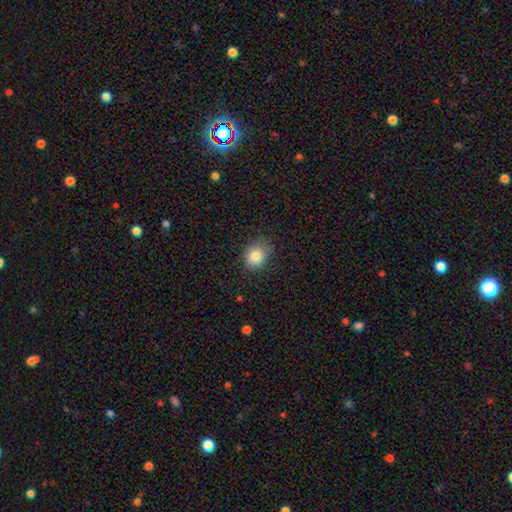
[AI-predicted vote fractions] smooth_or_featured: smooth (p=0.82) [alt: star or artifact p=0.10]
how_rounded: round (p=0.57) [alt: in between p=0.42]
merging: none (p=0.81) [alt: minor disturbance p=0.15]